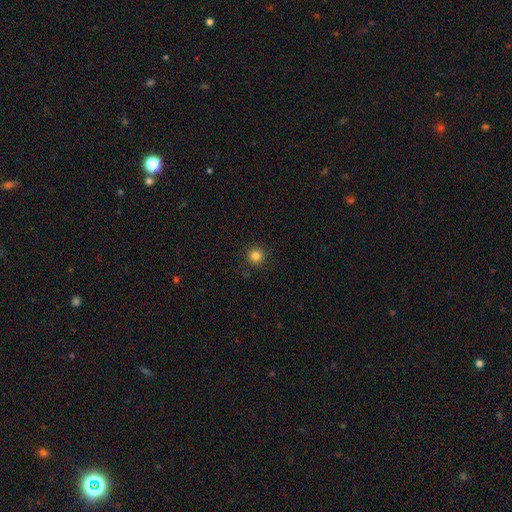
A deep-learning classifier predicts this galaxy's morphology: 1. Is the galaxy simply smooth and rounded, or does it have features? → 83% smooth, 12% star or artifact, 5% featured or disk.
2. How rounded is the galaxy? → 95% round, 4% in between, 1% cigar-shaped.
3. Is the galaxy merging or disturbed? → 90% none, 7% minor disturbance, 2% major disturbance, 1% merger.